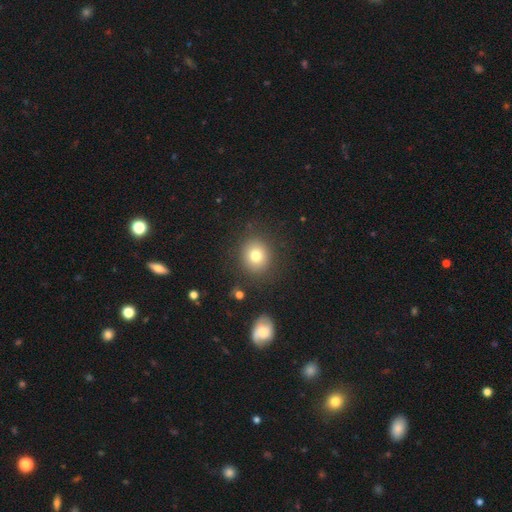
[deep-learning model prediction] smooth_or_featured: smooth (p=0.78) [alt: star or artifact p=0.12]
how_rounded: round (p=0.78) [alt: in between p=0.21]
merging: none (p=0.85) [alt: minor disturbance p=0.09]